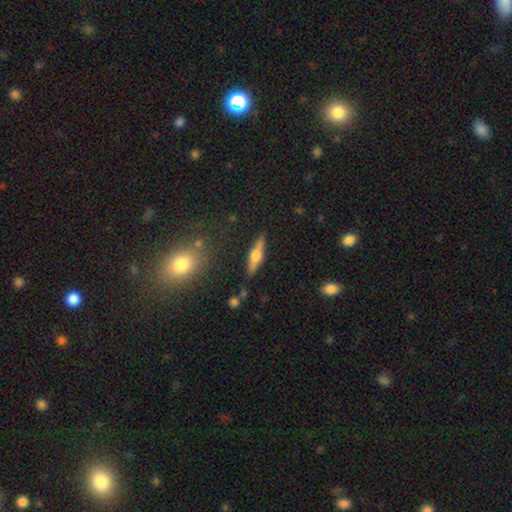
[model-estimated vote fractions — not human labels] Smooth or featured? featured or disk (57%)
Edge-on disk? yes (95%)
Edge-on bulge? rounded (92%)
Merging? none (87%)